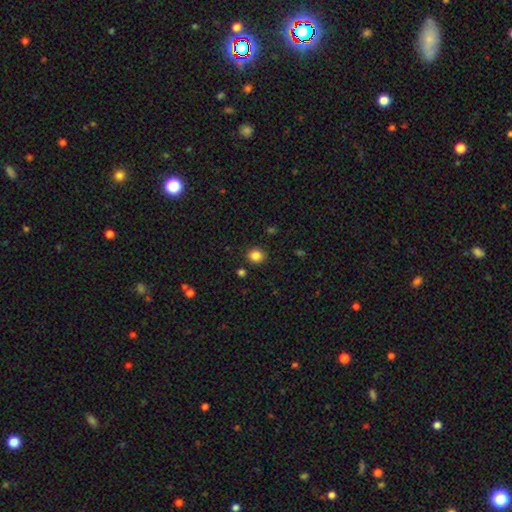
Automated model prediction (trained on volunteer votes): This appears to be a smooth galaxy with no disk features (84%) that is round (84%). Merging: none (89%).